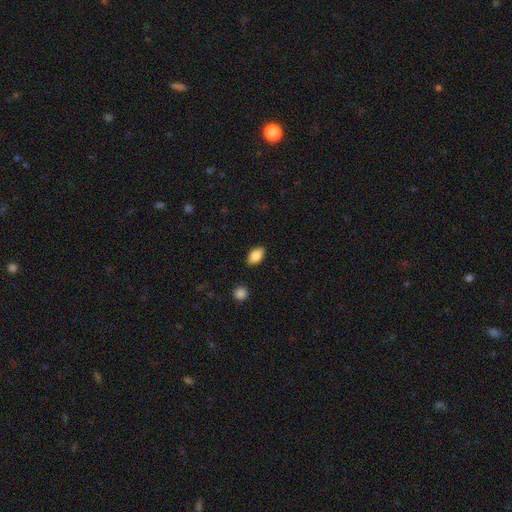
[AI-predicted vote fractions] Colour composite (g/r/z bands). It shows a smooth galaxy with no disk features (85%) that is in between round and cigar-shaped (90%). Merging: none (87%).